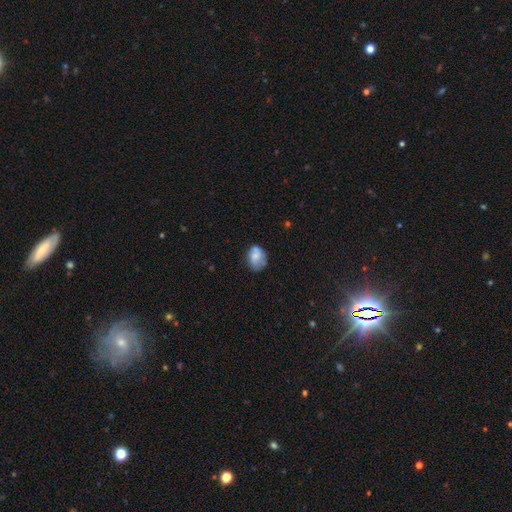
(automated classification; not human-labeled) smooth 68%, featured or disk 24%, star or artifact 9%. Down the decision tree: how rounded — in between (59%); merging — none (56%).